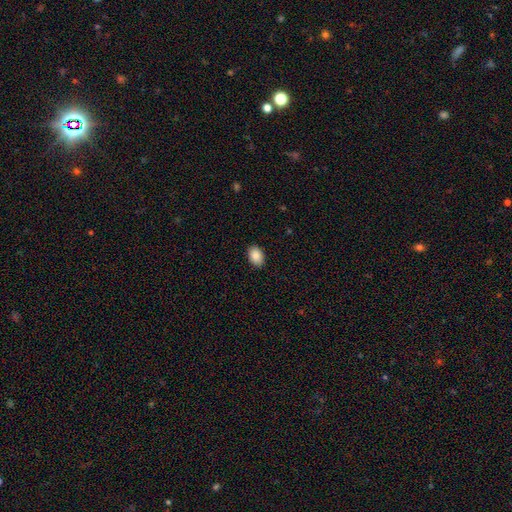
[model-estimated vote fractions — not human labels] Smooth or featured: smooth — 88% (star or artifact — 7%)
How rounded: in between — 82% (round — 17%)
Merging: none — 89% (minor disturbance — 8%)